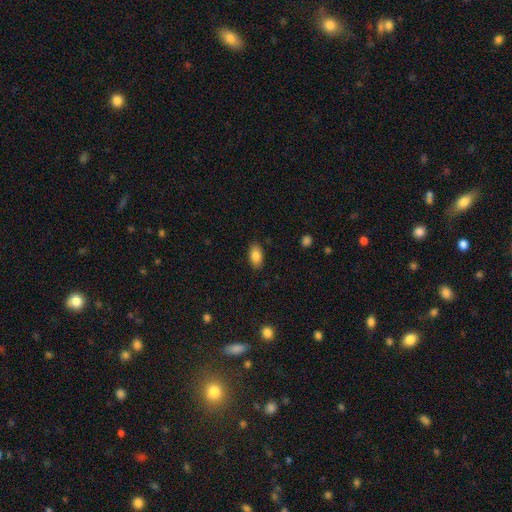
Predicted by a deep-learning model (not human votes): smooth-or-featured: smooth: 86% | star or artifact: 8% | featured or disk: 7%
  how-rounded: in between: 91% | round: 6% | cigar-shaped: 3%
  merging: none: 86% | minor disturbance: 10% | major disturbance: 2% | merger: 1%